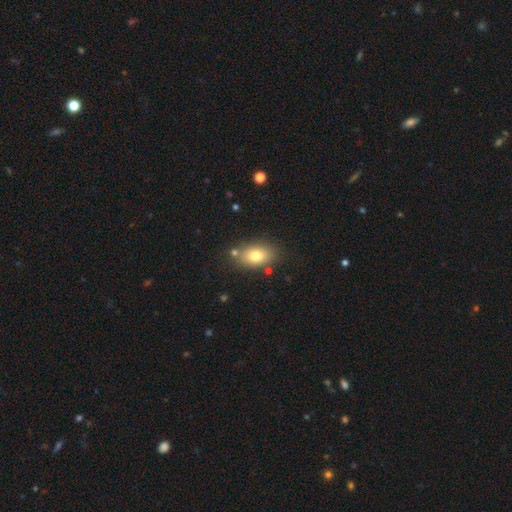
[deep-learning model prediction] smooth-or-featured: smooth: 77% | featured or disk: 14% | star or artifact: 9%
  how-rounded: in between: 84% | round: 14% | cigar-shaped: 2%
  merging: none: 77% | minor disturbance: 13% | merger: 7% | major disturbance: 4%